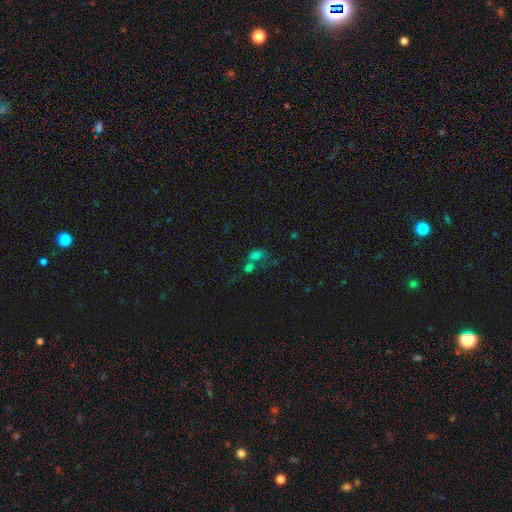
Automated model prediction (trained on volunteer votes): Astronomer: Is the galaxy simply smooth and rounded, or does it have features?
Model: smooth — 67%.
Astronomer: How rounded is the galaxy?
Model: in between — 64%.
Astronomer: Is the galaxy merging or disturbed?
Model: merger — 52% (runner-up: none, 29%).